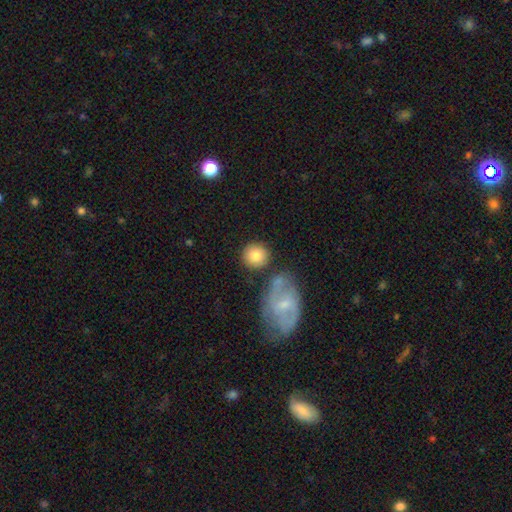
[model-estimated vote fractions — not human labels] Smooth or featured?
  - smooth: 81% *
  - featured or disk: 11%
  - star or artifact: 7%
How rounded?
  - round: 90% *
  - in between: 9%
  - cigar-shaped: 1%
Merging?
  - none: 76% *
  - merger: 11%
  - minor disturbance: 10%
  - major disturbance: 4%